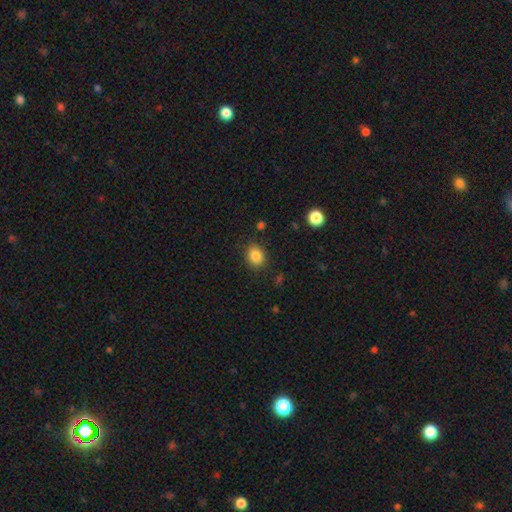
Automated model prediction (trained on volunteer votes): Smooth or featured: smooth — 85% (star or artifact — 10%)
How rounded: in between — 50% (round — 49%)
Merging: none — 84% (minor disturbance — 11%)